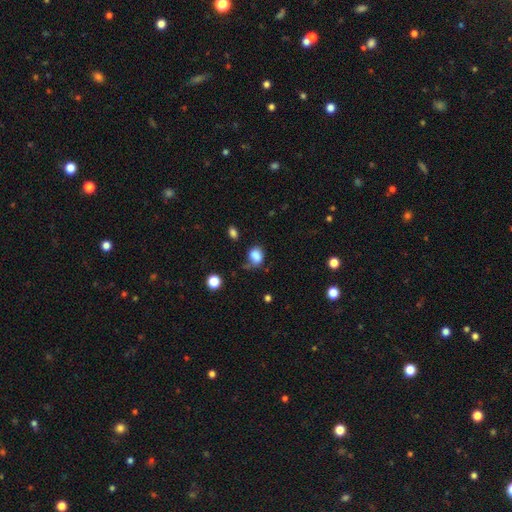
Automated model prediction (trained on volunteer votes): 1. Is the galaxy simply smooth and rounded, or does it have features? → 84% smooth, 10% star or artifact, 6% featured or disk.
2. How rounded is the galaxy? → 56% in between, 43% round, 1% cigar-shaped.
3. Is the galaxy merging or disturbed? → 53% none, 29% minor disturbance, 12% major disturbance, 6% merger.